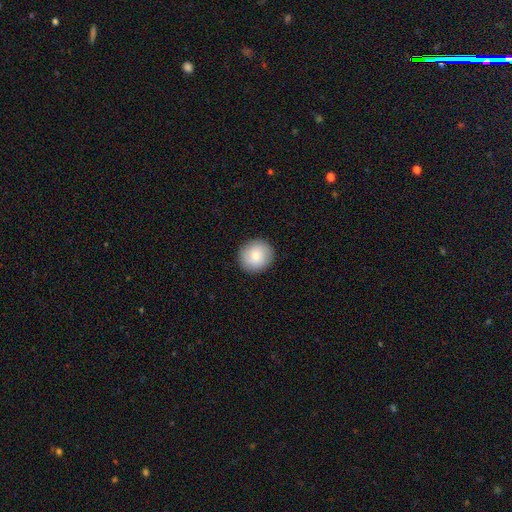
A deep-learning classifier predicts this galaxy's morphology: Smooth or featured?
  - smooth: 80% *
  - featured or disk: 13%
  - star or artifact: 7%
How rounded?
  - round: 91% *
  - in between: 9%
  - cigar-shaped: 1%
Merging?
  - none: 91% *
  - minor disturbance: 7%
  - major disturbance: 2%
  - merger: 1%